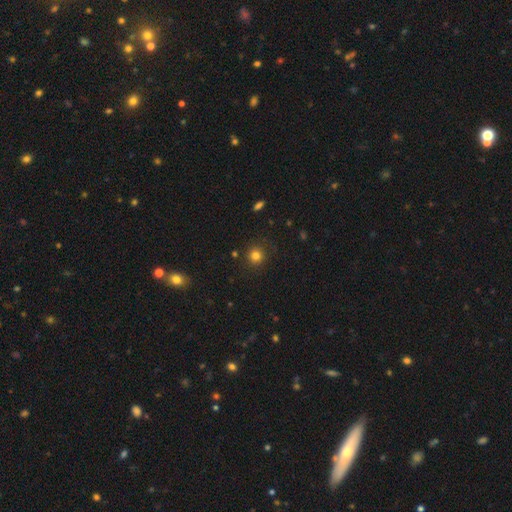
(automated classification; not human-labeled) A smooth galaxy with no disk features (80%) that is round (92%). Merging: none (87%).